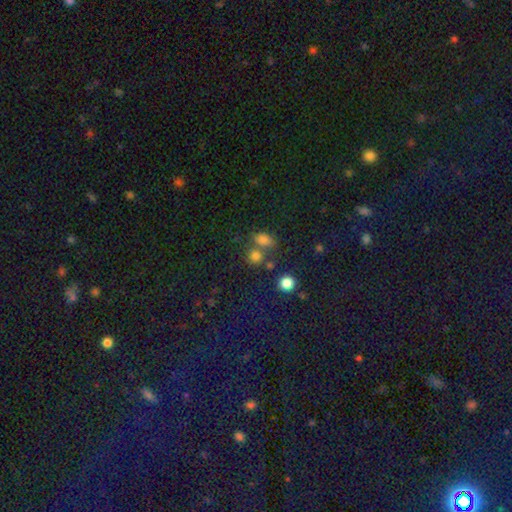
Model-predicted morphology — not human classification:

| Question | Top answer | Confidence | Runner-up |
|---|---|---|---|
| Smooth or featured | smooth | 75% | star or artifact (18%) |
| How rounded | round | 74% | in between (24%) |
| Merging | none | 58% | merger (28%) |